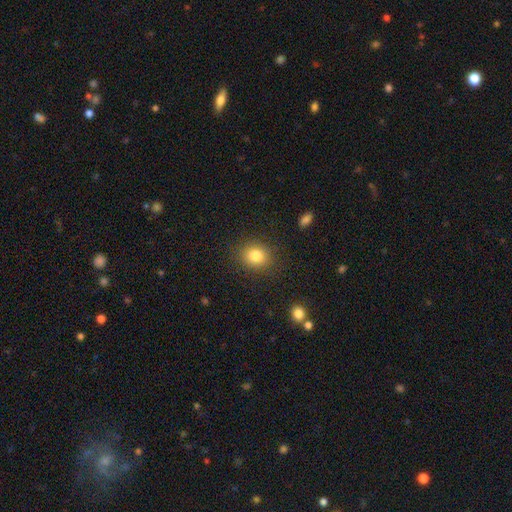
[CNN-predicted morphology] smooth-or-featured: smooth: 82% | star or artifact: 11% | featured or disk: 7%
  how-rounded: round: 68% | in between: 31% | cigar-shaped: 1%
  merging: none: 87% | minor disturbance: 9% | major disturbance: 3% | merger: 1%